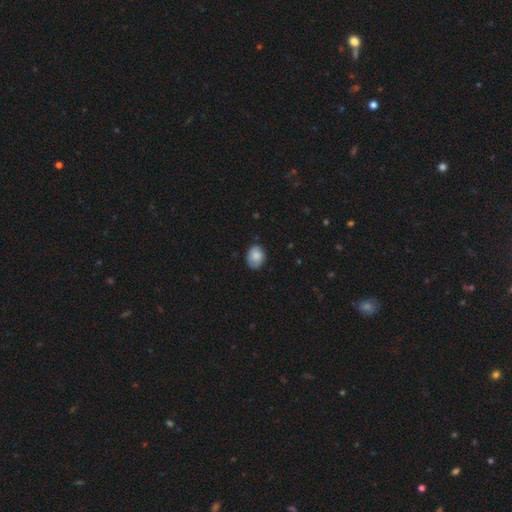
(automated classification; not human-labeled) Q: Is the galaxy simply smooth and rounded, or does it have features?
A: smooth — 82%.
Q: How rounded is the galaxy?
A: in between — 62%.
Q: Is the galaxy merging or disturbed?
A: none — 77%.